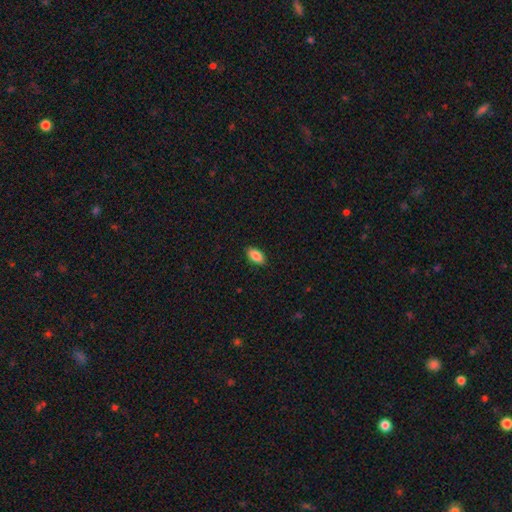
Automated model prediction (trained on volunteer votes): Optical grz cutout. It shows a smooth galaxy with no disk features (88%) that is in between round and cigar-shaped (92%). Merging: none (89%).